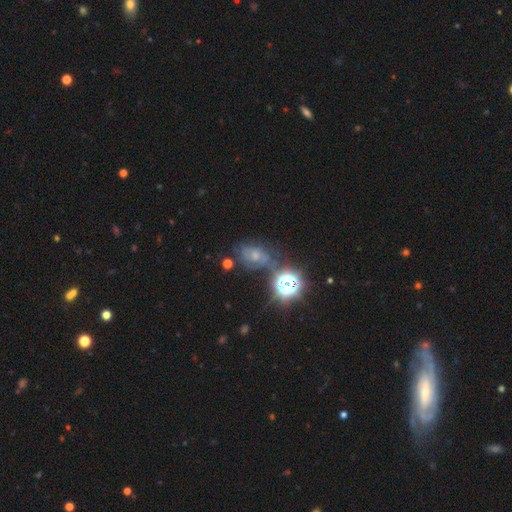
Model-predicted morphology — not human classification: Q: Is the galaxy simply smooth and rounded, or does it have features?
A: star or artifact — 41%.